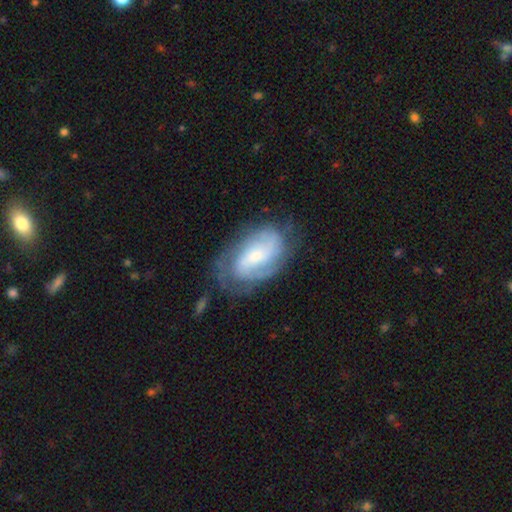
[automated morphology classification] The model was most divided on "spiral winding": tight: 45%, medium: 41%, loose: 14%. Remaining: edge-on disk — no (96%); spiral arms — yes (93%); smooth or featured — featured or disk (77%); merging — none (66%); bulge size — small (49%); bar — no (46%); spiral arm count — 2 (44%).